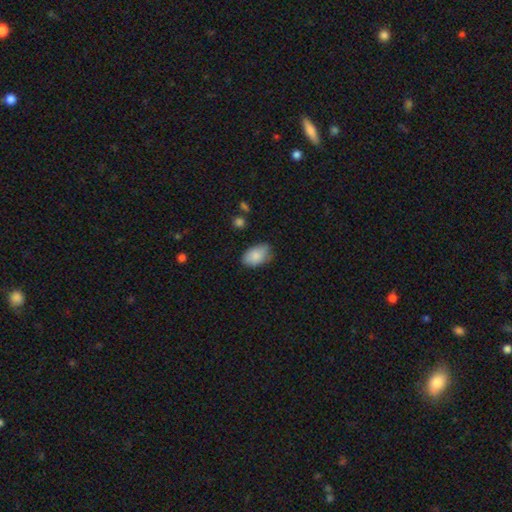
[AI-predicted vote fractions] Morphology: type=smooth (86%); roundness=in between (91%); merging=none (73%).